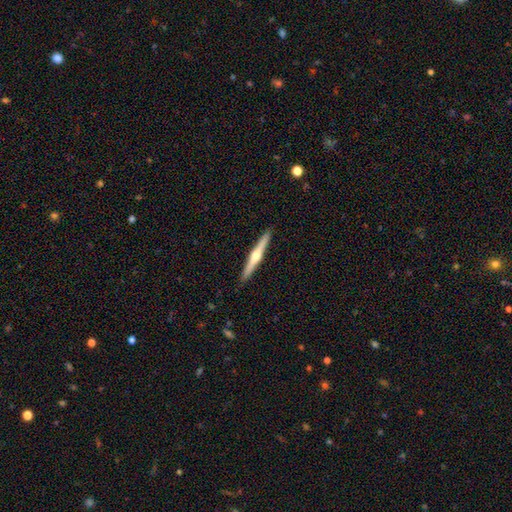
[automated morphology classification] A featured or disk galaxy (70%) viewed edge-on (98%) with a rounded central bulge (91%).

Vote fractions:
- Smooth or featured? featured or disk: 70% / smooth: 25% / star or artifact: 5%
- Edge-on disk? yes: 98% / no: 2%
- Edge-on bulge? rounded: 91% / none: 5% / boxy: 4%
- Merging? none: 92% / minor disturbance: 6% / major disturbance: 1% / merger: 1%